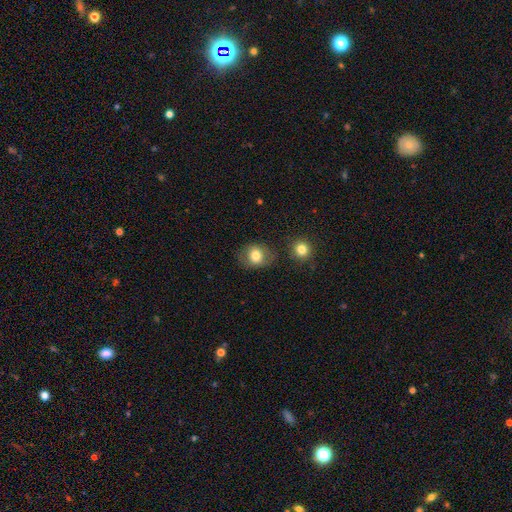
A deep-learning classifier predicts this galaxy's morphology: Smooth or featured? Predicted: smooth (p=0.78). How rounded? Predicted: round (p=0.61). Merging? Predicted: none (p=0.71).